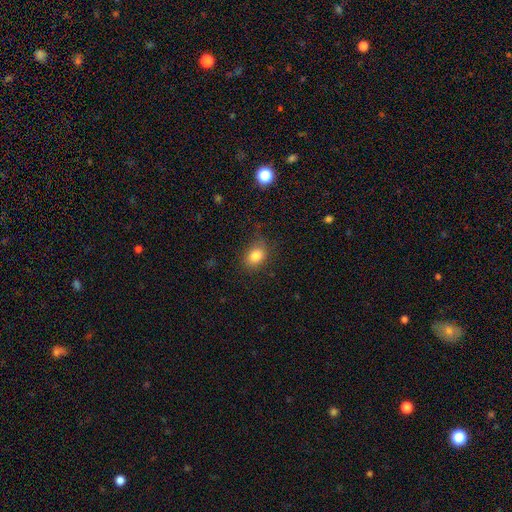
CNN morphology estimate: Smooth or featured? smooth (83%)
How rounded? in between (70%)
Merging? none (75%)